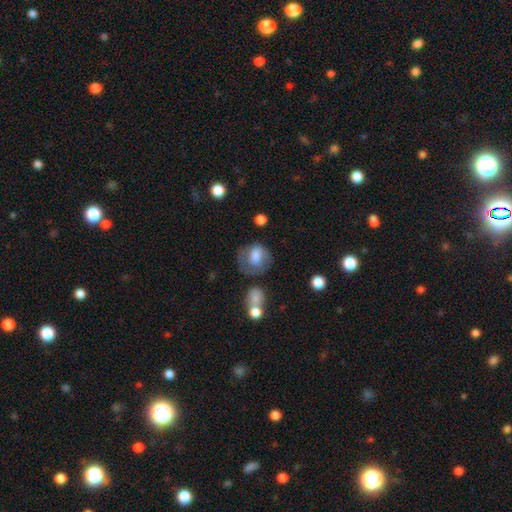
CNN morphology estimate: This is likely a smooth galaxy (67%). How rounded: likely round (62%). Merging: possibly none (52%).